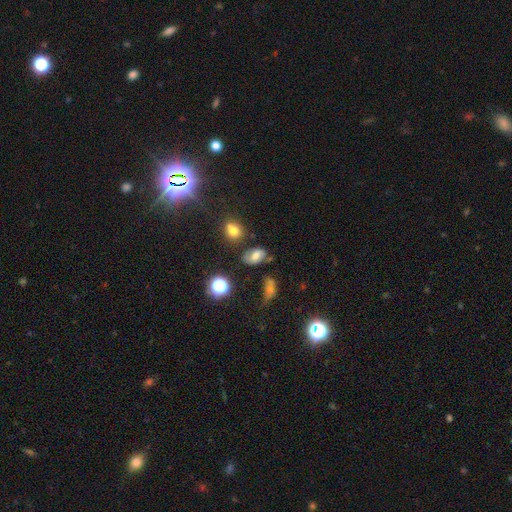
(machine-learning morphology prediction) Q: Smooth or featured?
A: smooth (57%); runner-up: featured or disk (25%)
Q: How rounded?
A: in between (81%); runner-up: round (17%)
Q: Merging?
A: none (64%); runner-up: minor disturbance (21%)